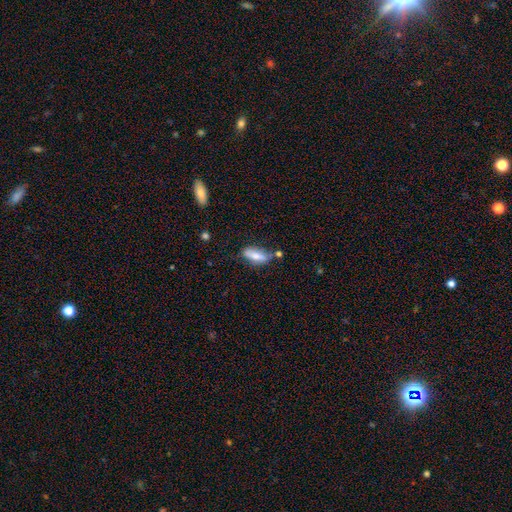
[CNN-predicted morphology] The model was most divided on "merging": none: 54%, minor disturbance: 26%, merger: 11%, major disturbance: 8%. More confident: smooth or featured — smooth (72%); how rounded — in between (63%).